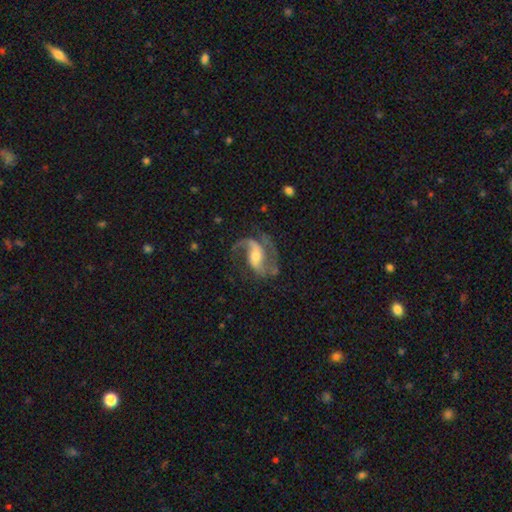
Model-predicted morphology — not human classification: Smooth or featured?
  - featured or disk: 90% *
  - smooth: 5%
  - star or artifact: 5%
Edge-on disk?
  - no: 97% *
  - yes: 3%
Bar?
  - weak: 41% *
  - no: 31%
  - strong: 28%
Spiral arms?
  - yes: 97% *
  - no: 3%
Spiral winding?
  - medium: 48% *
  - loose: 41%
  - tight: 11%
Spiral arm count?
  - 2: 84% *
  - 1: 7%
  - 3: 4%
  - can't tell: 3%
  - 4: 1%
  - more than 4: 1%
Bulge size?
  - moderate: 55% *
  - small: 35%
  - large: 6%
  - none: 3%
  - dominant: 1%
Merging?
  - none: 64% *
  - minor disturbance: 18%
  - major disturbance: 16%
  - merger: 2%